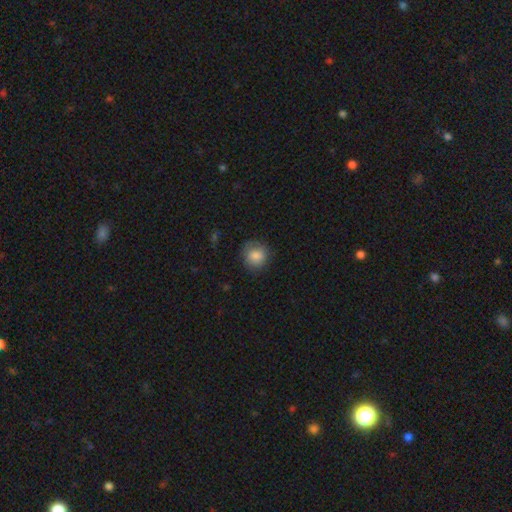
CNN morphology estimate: type=smooth (84%); roundness=round (87%); merging=none (78%).